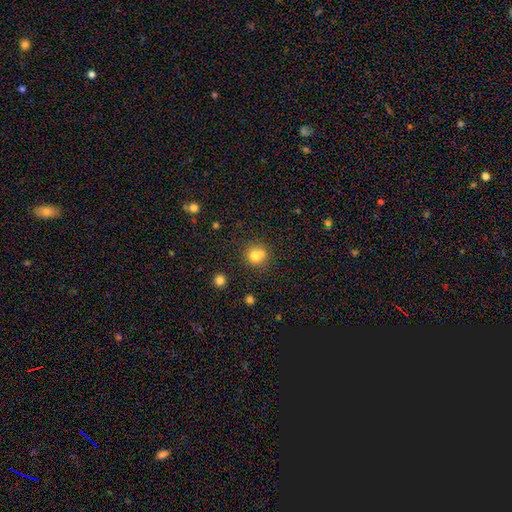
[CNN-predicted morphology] This is likely a smooth galaxy (74%). How rounded: clearly round (88%). Merging: possibly none (56%).